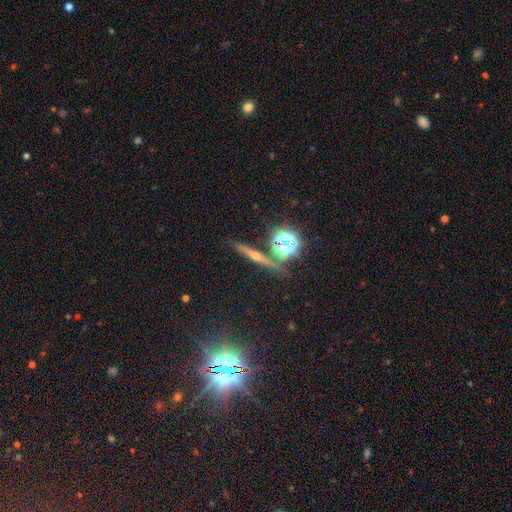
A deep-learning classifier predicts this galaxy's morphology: smooth_or_featured: featured or disk (p=0.52) [alt: star or artifact p=0.26]
disk_edge_on: yes (p=0.92) [alt: no p=0.08]
merging: none (p=0.84) [alt: minor disturbance p=0.08]